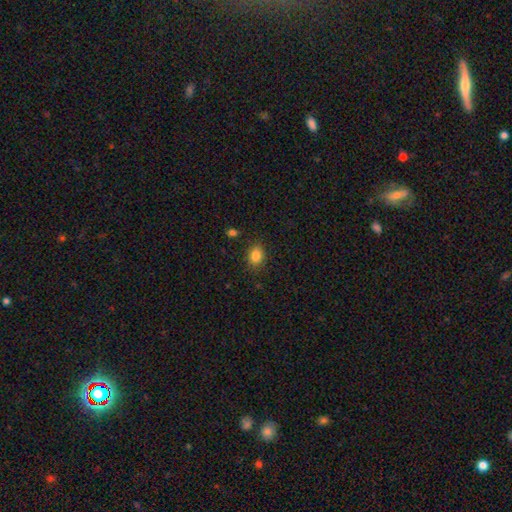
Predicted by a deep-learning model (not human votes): smooth-or-featured: smooth: 84% | star or artifact: 10% | featured or disk: 5%
  how-rounded: in between: 61% | round: 38% | cigar-shaped: 1%
  merging: none: 84% | minor disturbance: 11% | major disturbance: 3% | merger: 2%